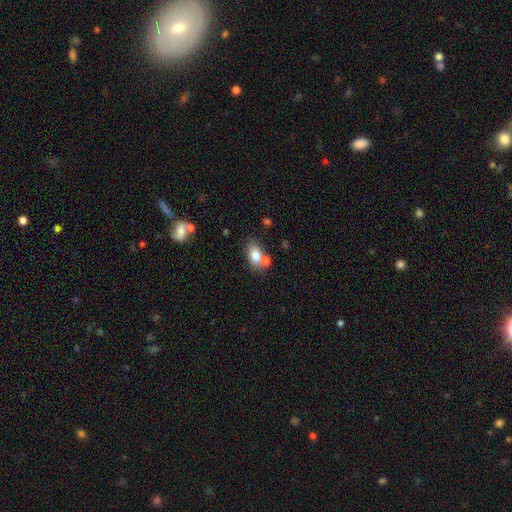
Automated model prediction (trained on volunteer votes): smooth 79%, featured or disk 11%, star or artifact 10%. Down the decision tree: how rounded — in between (82%); merging — none (58%).